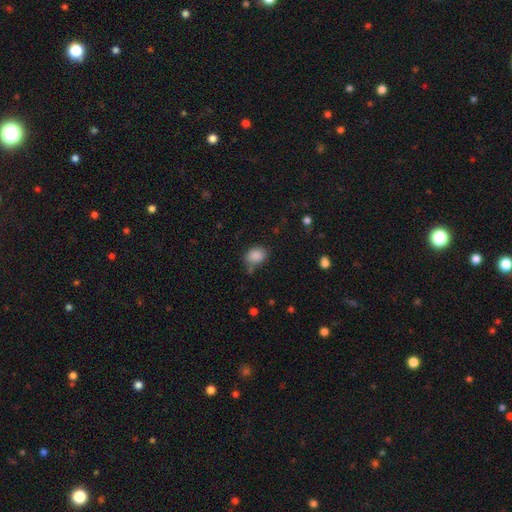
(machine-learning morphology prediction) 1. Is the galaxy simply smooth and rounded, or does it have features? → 86% smooth, 9% star or artifact, 4% featured or disk.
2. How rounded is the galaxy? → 61% in between, 38% round, 1% cigar-shaped.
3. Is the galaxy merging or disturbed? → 66% none, 22% minor disturbance, 7% merger, 6% major disturbance.